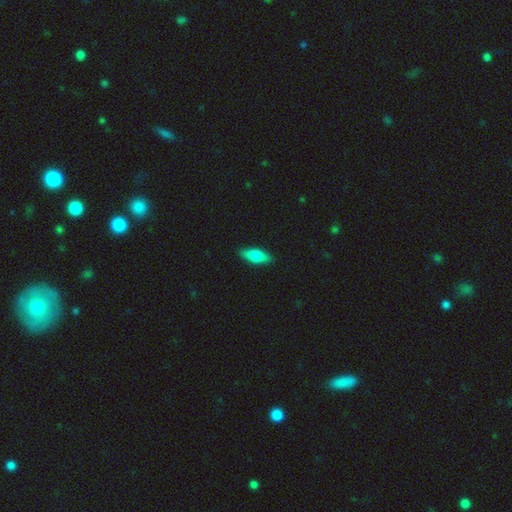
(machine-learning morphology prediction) smooth 72%, featured or disk 22%, star or artifact 6%. Down the decision tree: how rounded — in between (71%); merging — none (89%).